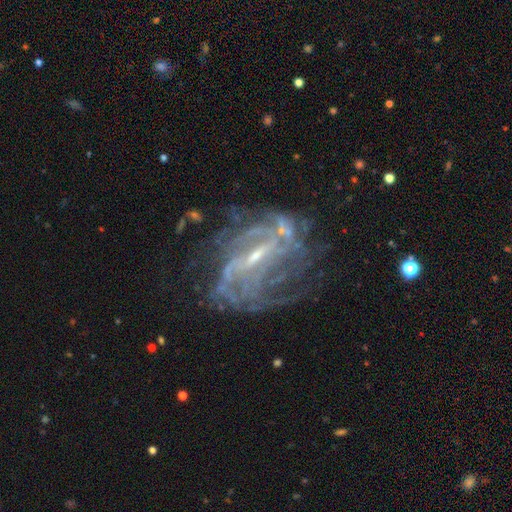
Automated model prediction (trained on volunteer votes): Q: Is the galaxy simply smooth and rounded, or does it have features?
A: featured or disk — 85%.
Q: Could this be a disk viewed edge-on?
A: no — 94%.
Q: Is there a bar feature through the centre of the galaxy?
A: strong — 53%.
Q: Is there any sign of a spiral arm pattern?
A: yes — 87%.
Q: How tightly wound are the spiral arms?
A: tight — 45%.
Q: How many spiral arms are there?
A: can't tell — 40%.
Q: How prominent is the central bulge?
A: small — 70%.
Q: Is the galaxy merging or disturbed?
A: none — 58%.